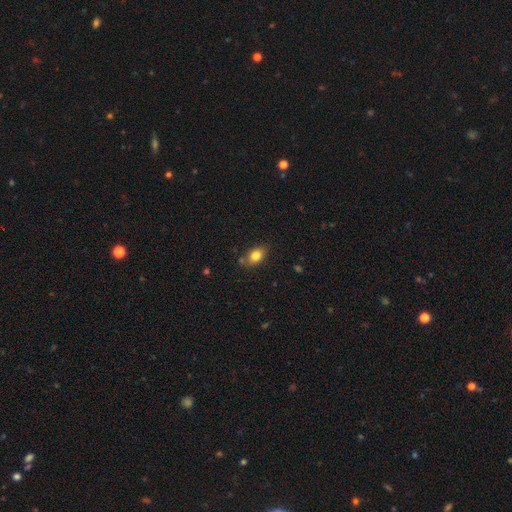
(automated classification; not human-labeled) Smooth or featured? smooth (81%)
How rounded? in between (78%)
Merging? none (75%)